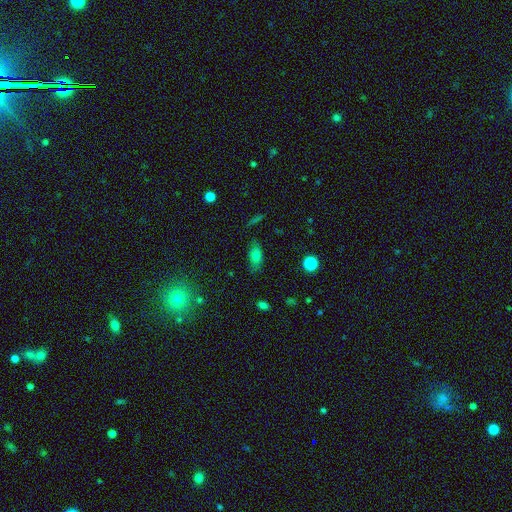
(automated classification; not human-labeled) This is likely a smooth galaxy (73%). How rounded: clearly in between (81%). Merging: likely none (78%).